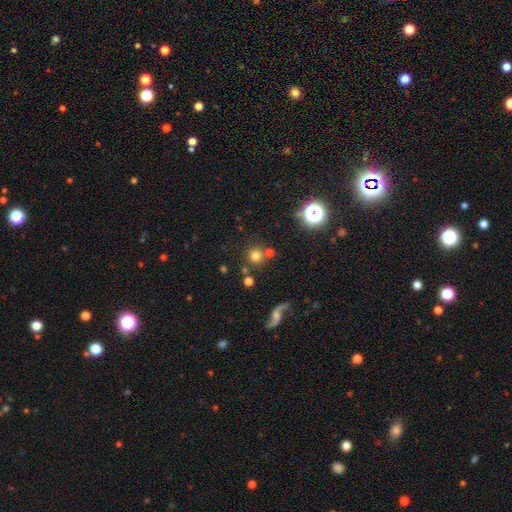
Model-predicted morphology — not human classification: smooth 71%, star or artifact 17%, featured or disk 12%. Down the decision tree: how rounded — round (93%); merging — none (73%).